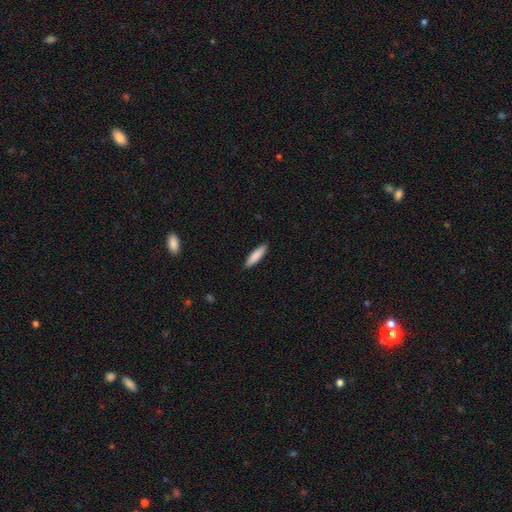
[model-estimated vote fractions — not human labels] Smooth or featured: smooth — 85% (featured or disk — 10%)
How rounded: cigar-shaped — 71% (in between — 28%)
Merging: none — 89% (minor disturbance — 8%)